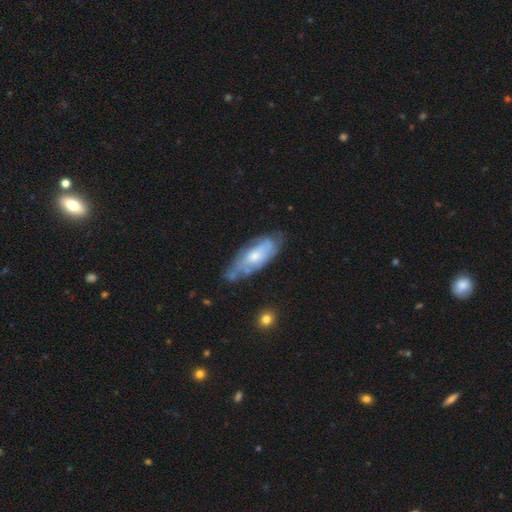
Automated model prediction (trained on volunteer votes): Overall: featured or disk (59%; smooth 35%). Edge-on disk: no (84%). Merging: none (57%; minor disturbance 29%).